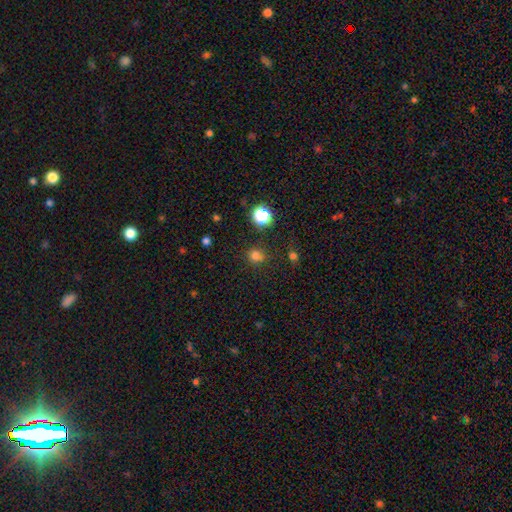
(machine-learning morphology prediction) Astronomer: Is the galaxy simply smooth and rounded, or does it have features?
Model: smooth — 72%.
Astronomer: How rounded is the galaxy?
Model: round — 83%.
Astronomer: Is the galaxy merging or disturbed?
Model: none — 74%.